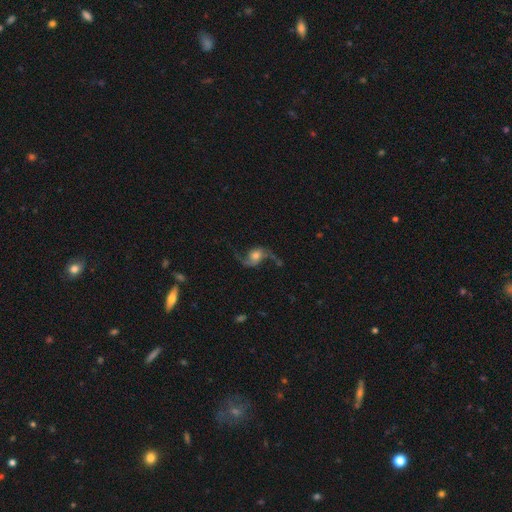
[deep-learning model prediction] A featured or disk galaxy (85%) with no bar (66%), 2 (93%) loose (80%) spiral arms (96%) and a moderate central bulge (55%).

Vote fractions:
- Smooth or featured? featured or disk: 85% / smooth: 9% / star or artifact: 7%
- Edge-on disk? no: 97% / yes: 3%
- Bar? no: 66% / weak: 26% / strong: 8%
- Spiral arms? yes: 96% / no: 4%
- Spiral winding? loose: 80% / medium: 17% / tight: 3%
- Spiral arm count? 2: 93% / 1: 2% / can't tell: 2% / 3: 1% / 4: 1% / more than 4: 1%
- Bulge size? moderate: 55% / small: 27% / large: 13% / none: 3% / dominant: 3%
- Merging? none: 69% / minor disturbance: 15% / major disturbance: 13% / merger: 3%